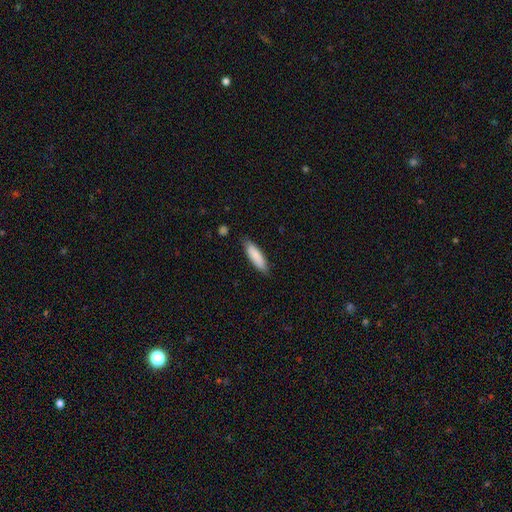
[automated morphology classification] smooth 84%, featured or disk 10%, star or artifact 5%. Down the decision tree: how rounded — cigar-shaped (55%); merging — none (84%).